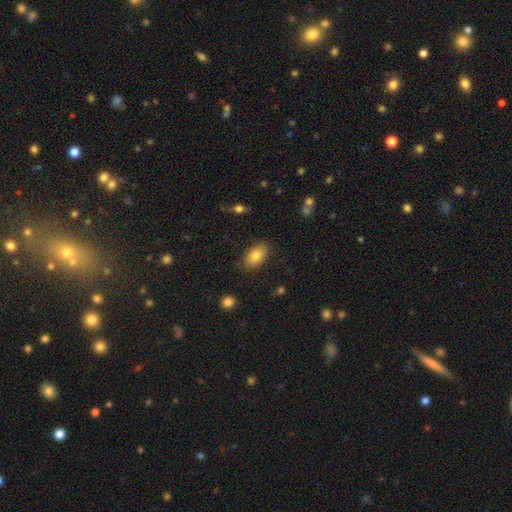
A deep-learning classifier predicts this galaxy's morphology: Smooth or featured? smooth (83%)
How rounded? in between (91%)
Merging? none (82%)